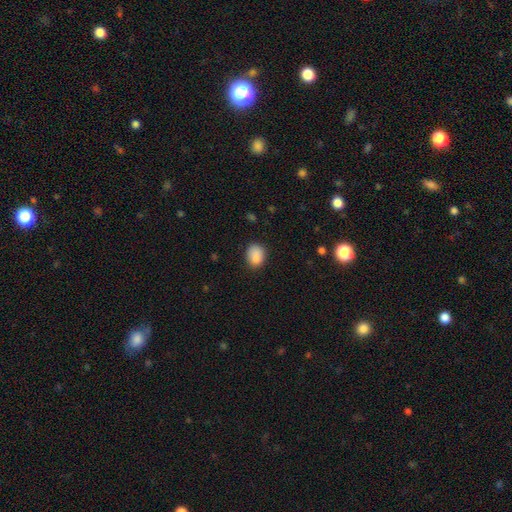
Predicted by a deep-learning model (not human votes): A smooth galaxy with no disk features (85%) that is in between round and cigar-shaped (56%).

Vote fractions:
- Smooth or featured? smooth: 85% / star or artifact: 9% / featured or disk: 6%
- How rounded? in between: 56% / round: 43% / cigar-shaped: 1%
- Merging? none: 72% / minor disturbance: 19% / merger: 5% / major disturbance: 4%